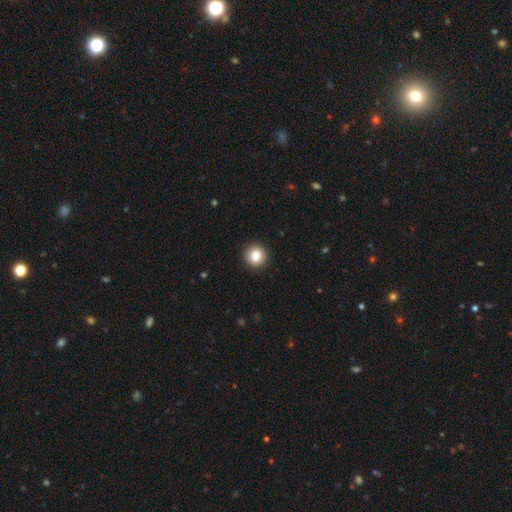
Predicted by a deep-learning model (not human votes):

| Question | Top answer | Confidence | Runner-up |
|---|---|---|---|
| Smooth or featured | smooth | 83% | star or artifact (10%) |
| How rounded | round | 94% | in between (5%) |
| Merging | none | 93% | minor disturbance (5%) |